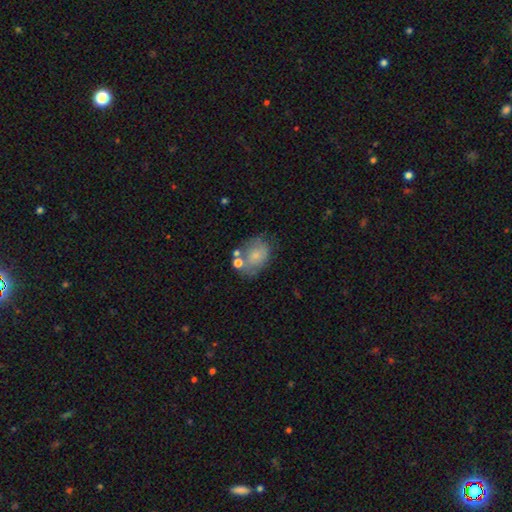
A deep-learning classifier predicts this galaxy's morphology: smooth 66%, featured or disk 24%, star or artifact 9%. Down the decision tree: how rounded — in between (66%); merging — none (47%).